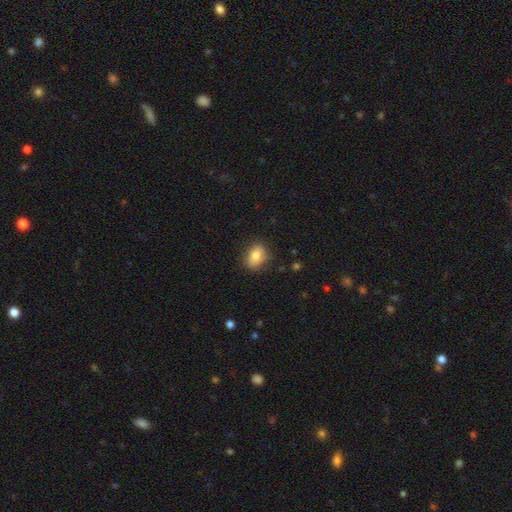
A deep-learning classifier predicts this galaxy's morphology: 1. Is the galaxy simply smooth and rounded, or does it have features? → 79% smooth, 12% featured or disk, 9% star or artifact.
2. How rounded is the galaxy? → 68% in between, 31% round, 1% cigar-shaped.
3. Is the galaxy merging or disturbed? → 78% none, 17% minor disturbance, 4% major disturbance, 1% merger.